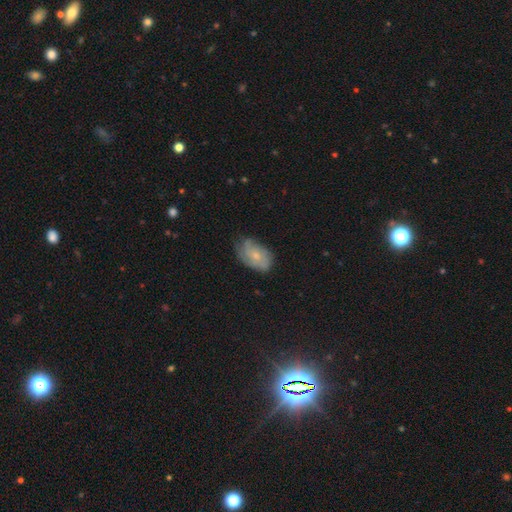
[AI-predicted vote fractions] smooth_or_featured: smooth (p=0.49) [alt: featured or disk p=0.42]
merging: none (p=0.56) [alt: minor disturbance p=0.32]